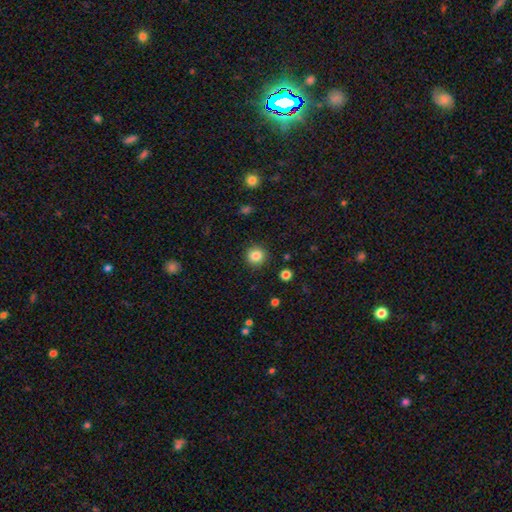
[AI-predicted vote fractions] Smooth or featured? Predicted: smooth (p=0.85). How rounded? Predicted: round (p=0.93). Merging? Predicted: none (p=0.91).